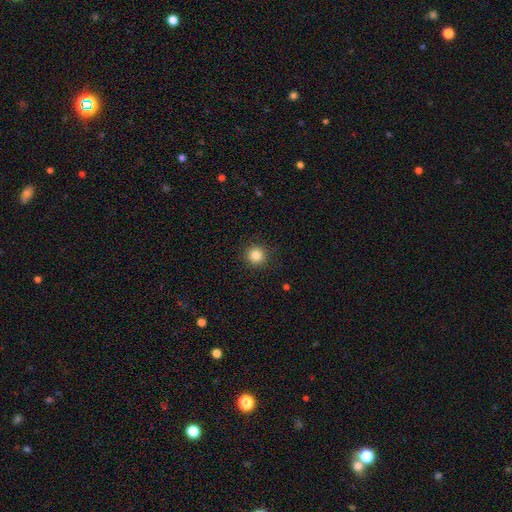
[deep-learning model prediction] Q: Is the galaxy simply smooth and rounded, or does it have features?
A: smooth — 84%.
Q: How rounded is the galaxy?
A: round — 95%.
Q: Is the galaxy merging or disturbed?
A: none — 91%.